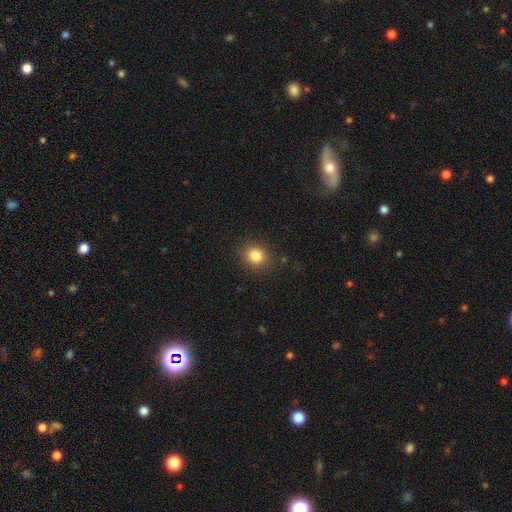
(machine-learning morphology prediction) This is clearly a smooth galaxy (83%). How rounded: likely round (79%). Merging: clearly none (87%).